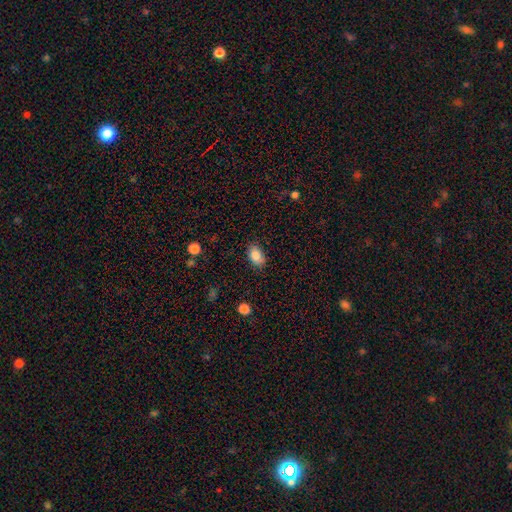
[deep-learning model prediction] Smooth or featured? smooth (87%)
How rounded? in between (88%)
Merging? none (80%)